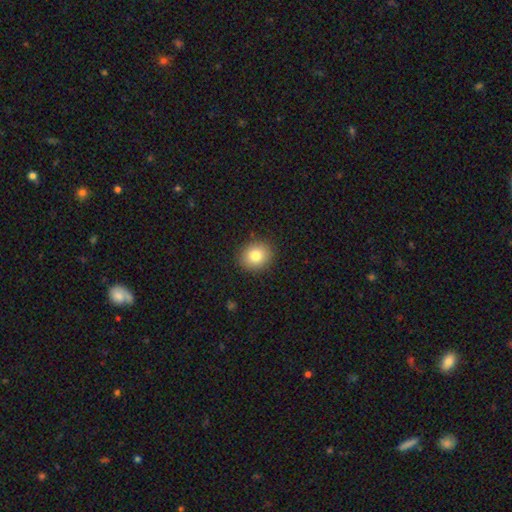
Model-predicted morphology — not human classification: Overall: smooth (82%). How rounded: round (77%). Merging: none (90%).